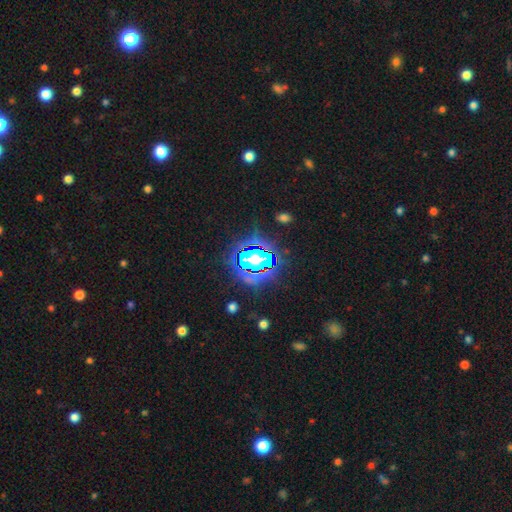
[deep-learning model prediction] Smooth or featured? star or artifact (79%)